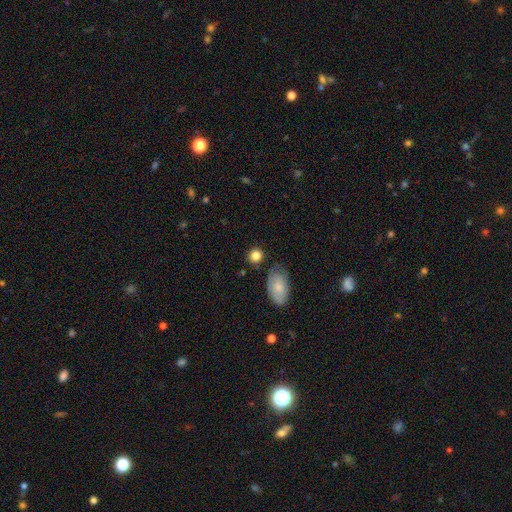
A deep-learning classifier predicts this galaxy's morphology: smooth 85%, star or artifact 8%, featured or disk 6%. Down the decision tree: how rounded — round (75%); merging — none (76%).